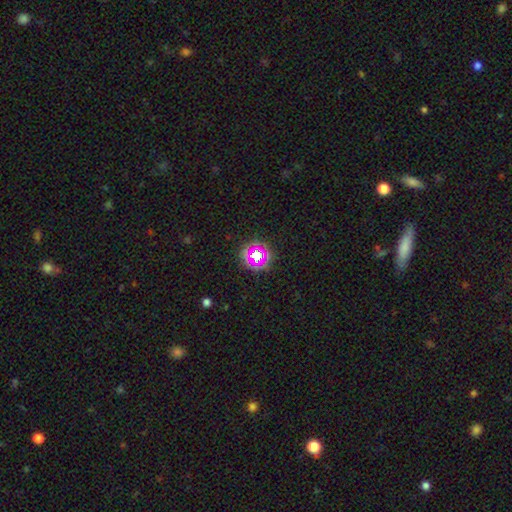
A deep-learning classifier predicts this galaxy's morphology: type=star or artifact (60%).